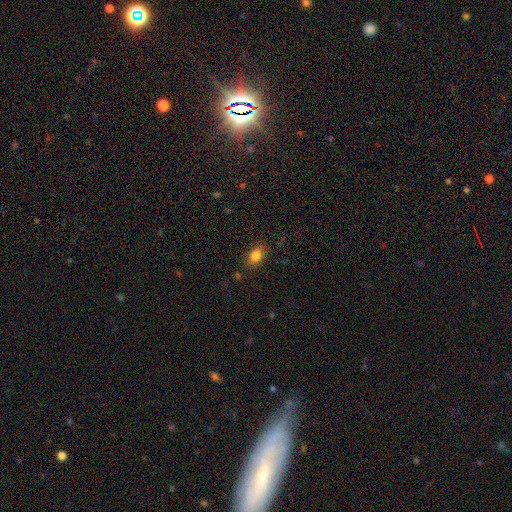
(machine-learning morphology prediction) Smooth or featured? smooth (83%)
How rounded? in between (80%)
Merging? none (85%)